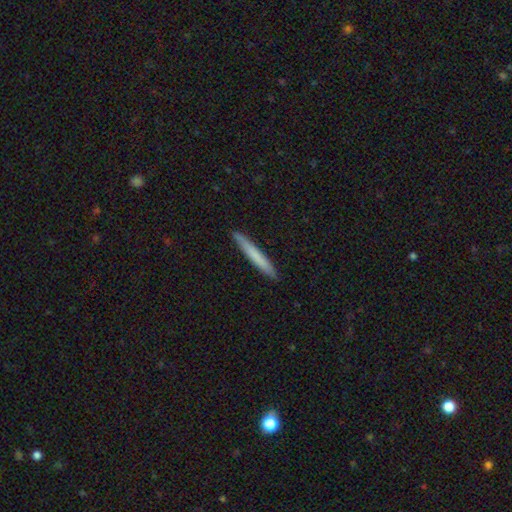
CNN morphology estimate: Overall: smooth (71%). How rounded: cigar-shaped (97%). Merging: none (91%).